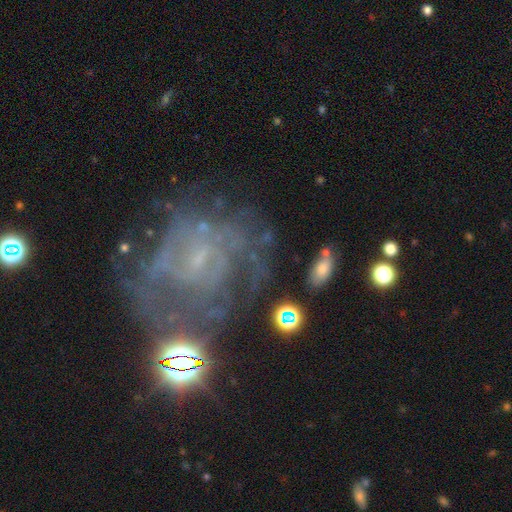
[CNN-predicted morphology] Smooth or featured: featured or disk — 69% (star or artifact — 18%)
Edge-on disk: no — 97% (yes — 3%)
Bar: no — 50% (weak — 40%)
Spiral arms: yes — 70% (no — 30%)
Bulge size: small — 56% (none — 28%)
Merging: none — 50% (major disturbance — 24%)